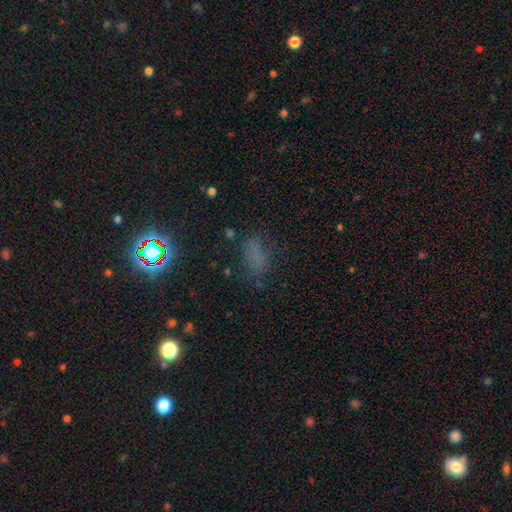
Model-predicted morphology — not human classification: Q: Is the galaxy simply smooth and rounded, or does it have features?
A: smooth — 49%.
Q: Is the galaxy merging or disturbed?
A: none — 59%.